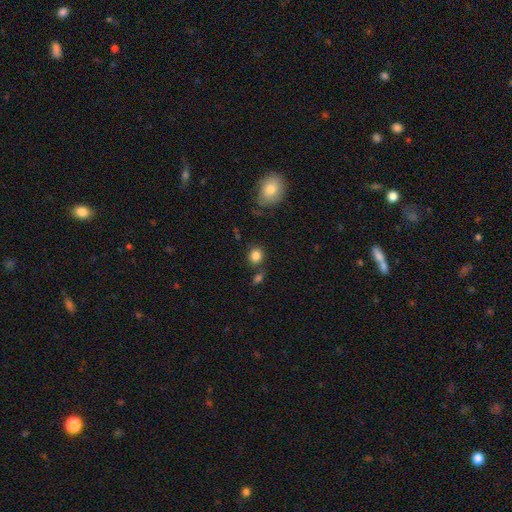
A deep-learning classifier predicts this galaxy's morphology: Q: Smooth or featured?
A: smooth (85%); runner-up: star or artifact (10%)
Q: How rounded?
A: round (77%); runner-up: in between (22%)
Q: Merging?
A: none (74%); runner-up: minor disturbance (11%)